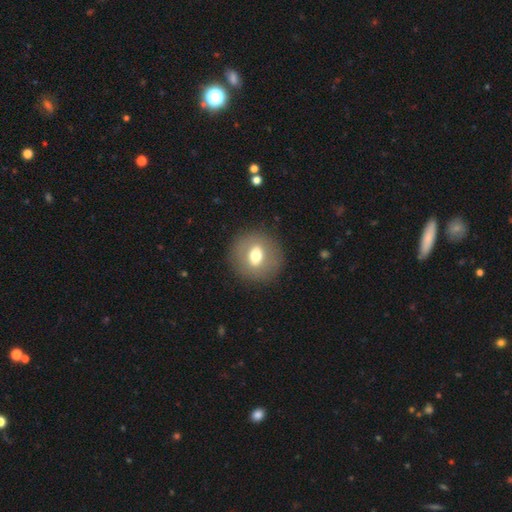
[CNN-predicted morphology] Smooth or featured? Predicted: smooth (p=0.59). How rounded? Predicted: round (p=0.76). Merging? Predicted: none (p=0.86).